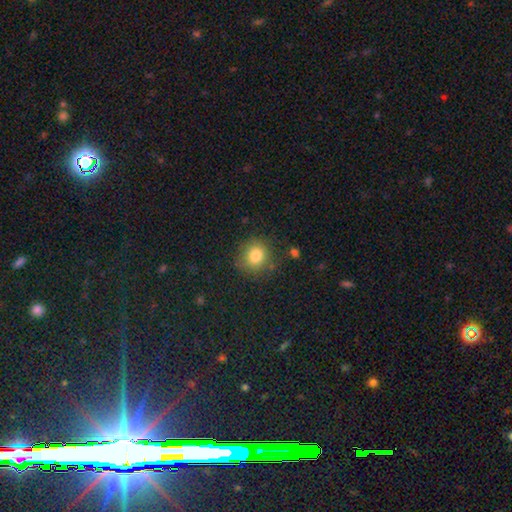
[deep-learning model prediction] A smooth galaxy with no disk features (82%) that is round (80%). Merging: none (80%).